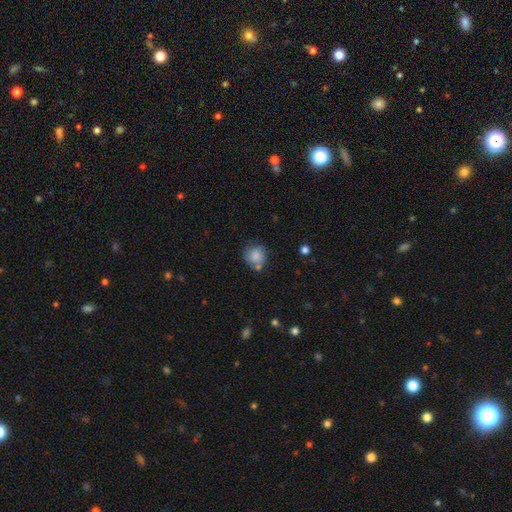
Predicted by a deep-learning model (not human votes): Smooth or featured?
  - smooth: 80% *
  - featured or disk: 11%
  - star or artifact: 9%
How rounded?
  - round: 83% *
  - in between: 16%
  - cigar-shaped: 1%
Merging?
  - none: 60% *
  - minor disturbance: 20%
  - merger: 13%
  - major disturbance: 7%